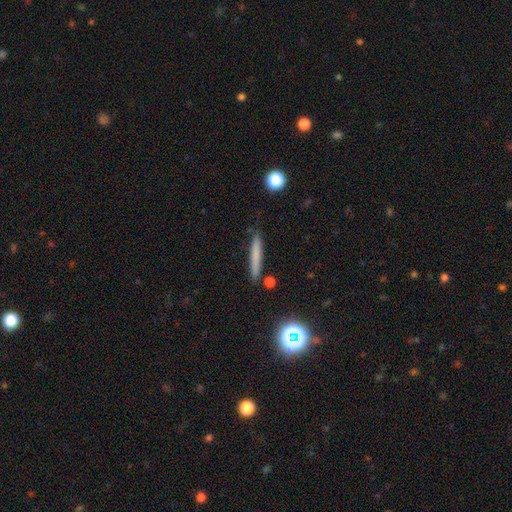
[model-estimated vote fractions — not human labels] Smooth or featured? smooth (68%)
How rounded? cigar-shaped (94%)
Merging? none (84%)